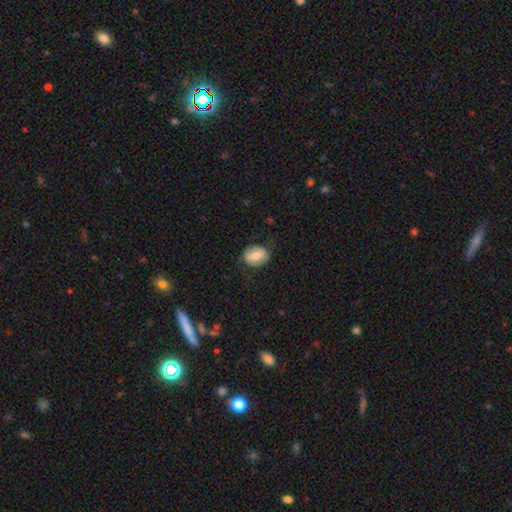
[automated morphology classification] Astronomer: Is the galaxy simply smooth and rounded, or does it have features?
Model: smooth — 65%.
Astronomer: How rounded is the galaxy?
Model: in between — 51% (runner-up: round, 48%).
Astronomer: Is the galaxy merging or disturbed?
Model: none — 72%.